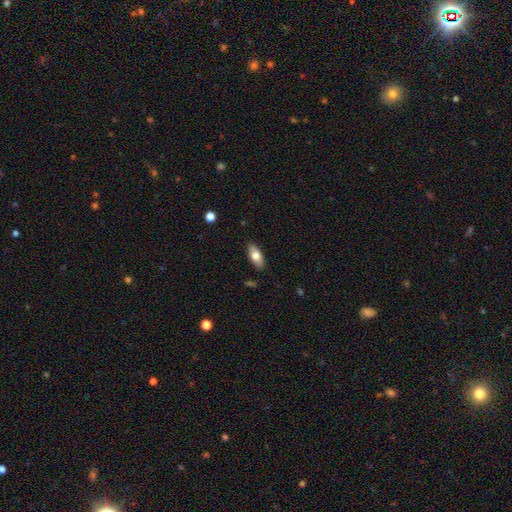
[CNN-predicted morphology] A smooth galaxy with no disk features (72%) that is in between round and cigar-shaped (83%).

Vote fractions:
- Smooth or featured? smooth: 72% / featured or disk: 21% / star or artifact: 7%
- How rounded? in between: 83% / cigar-shaped: 14% / round: 3%
- Merging? none: 87% / minor disturbance: 10% / major disturbance: 2% / merger: 1%